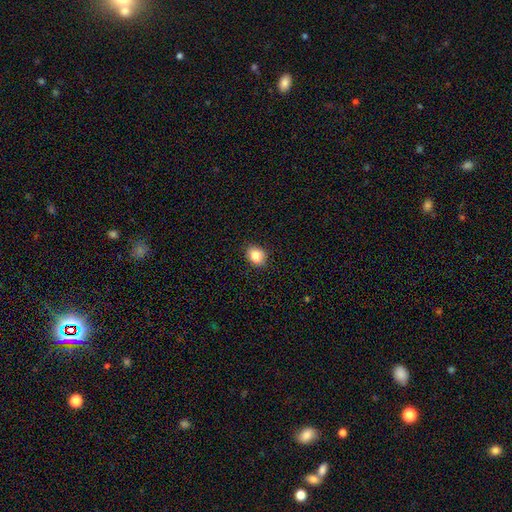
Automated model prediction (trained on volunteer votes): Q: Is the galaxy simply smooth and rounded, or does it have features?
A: smooth — 84%.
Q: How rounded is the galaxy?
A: in between — 54%.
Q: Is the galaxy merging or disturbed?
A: none — 88%.